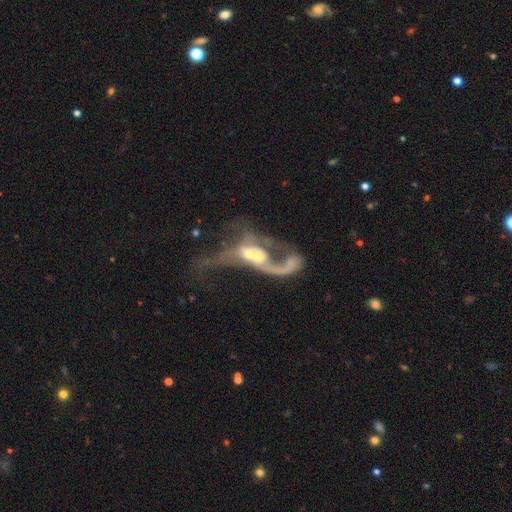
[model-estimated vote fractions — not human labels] This appears to be a featured or disk galaxy (71%) with no bar (70%), spiral arms (61%) and a moderate central bulge (55%). Merging: merger (68%).